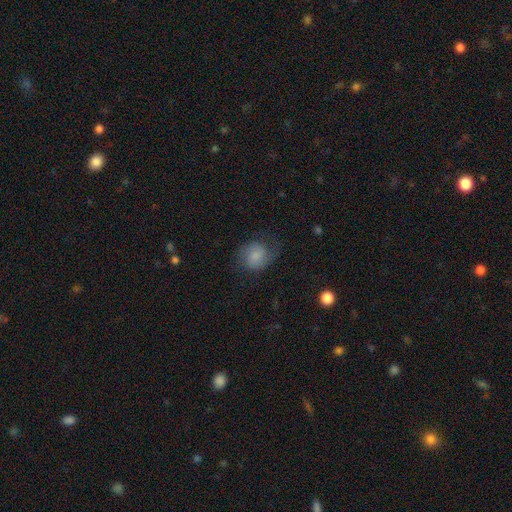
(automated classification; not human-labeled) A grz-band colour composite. It shows a smooth galaxy with no disk features (62%) that is round (72%). Merging: none (62%).